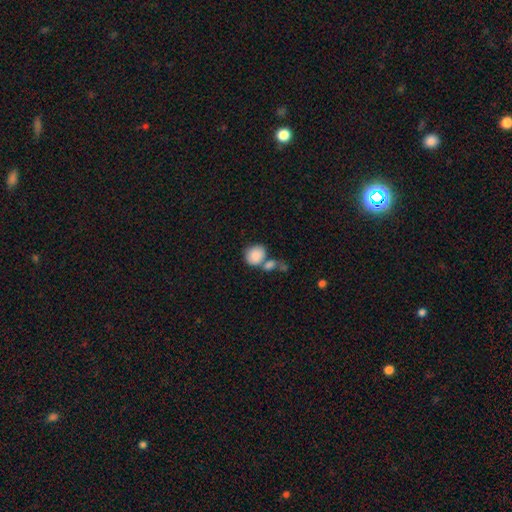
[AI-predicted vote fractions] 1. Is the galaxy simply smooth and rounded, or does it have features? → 85% smooth, 7% star or artifact, 7% featured or disk.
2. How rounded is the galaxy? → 63% round, 36% in between, 1% cigar-shaped.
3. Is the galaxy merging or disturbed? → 41% merger, 39% none, 13% minor disturbance, 7% major disturbance.